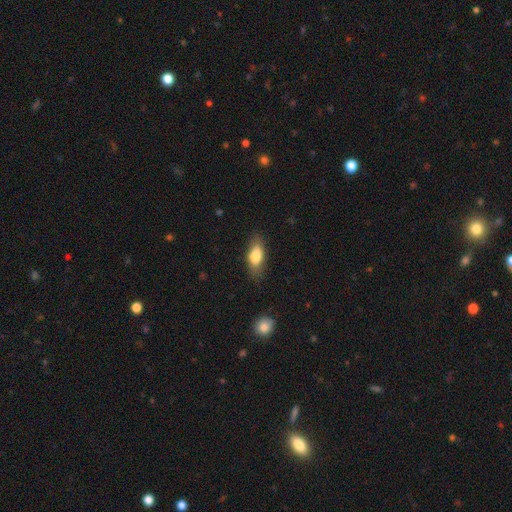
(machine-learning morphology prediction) Smooth or featured? smooth (78%)
How rounded? in between (81%)
Merging? none (77%)